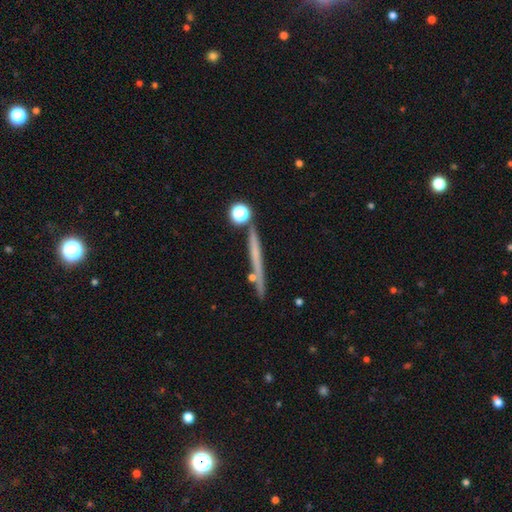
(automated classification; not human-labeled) This is possibly a featured or disk galaxy (50%). Merging: clearly none (81%).